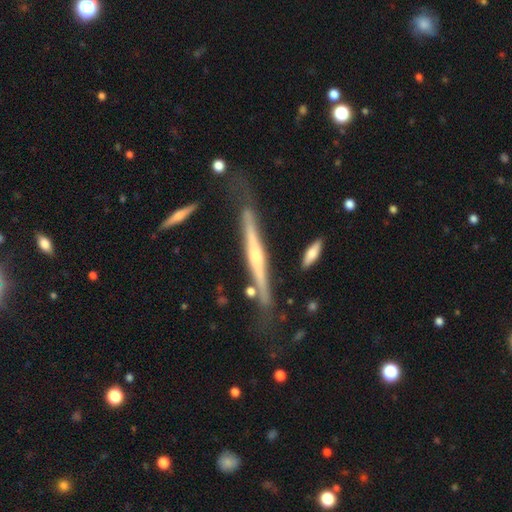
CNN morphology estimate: Smooth or featured?
  - featured or disk: 80% *
  - smooth: 14%
  - star or artifact: 6%
Edge-on disk?
  - yes: 95% *
  - no: 5%
Edge-on bulge?
  - rounded: 77% *
  - none: 16%
  - boxy: 7%
Merging?
  - none: 64% *
  - minor disturbance: 23%
  - major disturbance: 8%
  - merger: 5%